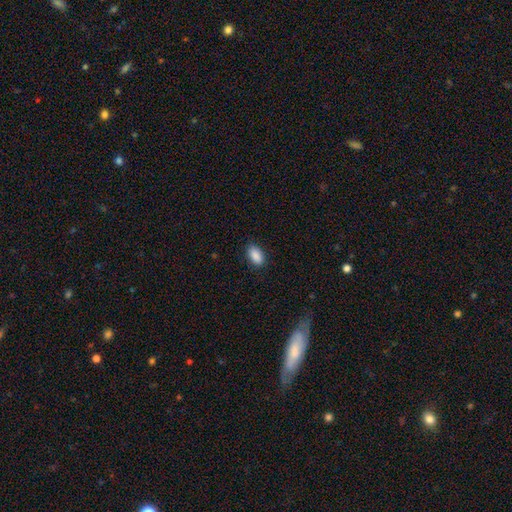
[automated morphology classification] This appears to be a smooth galaxy with no disk features (89%) that is in between round and cigar-shaped (92%). Merging: none (87%).